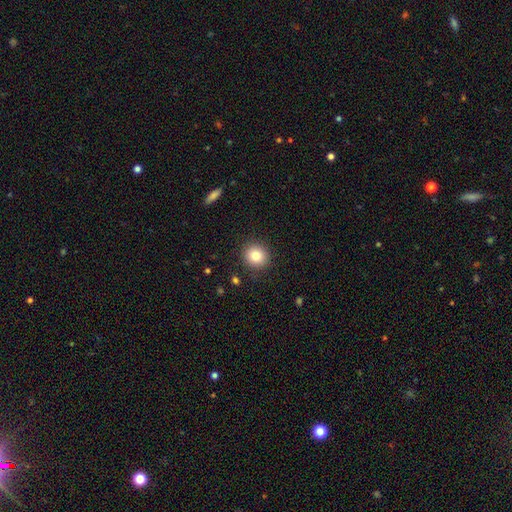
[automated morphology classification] This is clearly a smooth galaxy (83%). How rounded: clearly round (88%). Merging: clearly none (89%).